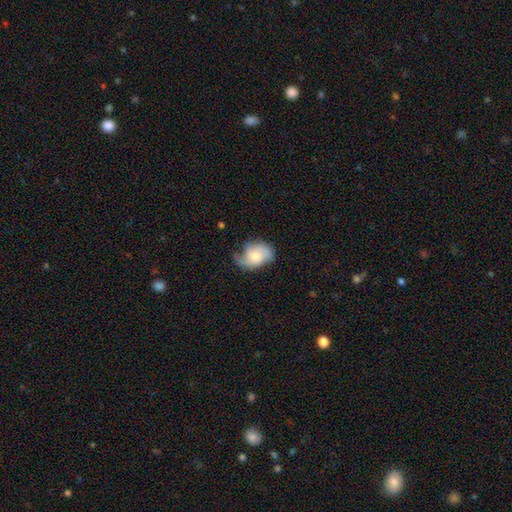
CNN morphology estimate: smooth-or-featured: featured or disk: 50% | smooth: 43% | star or artifact: 7%
  disk-edge-on: no: 96% | yes: 4%
  merging: none: 39% | minor disturbance: 33% | major disturbance: 25% | merger: 2%